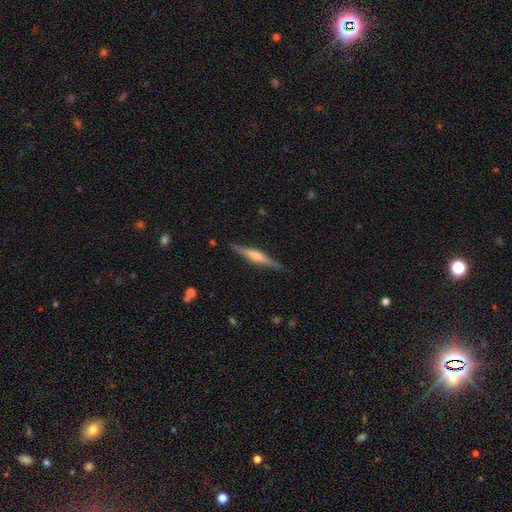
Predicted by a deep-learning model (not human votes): Morphology: type=featured or disk (72%); edge-on=yes (98%); edge-on bulge=rounded (65%); merging=none (89%).